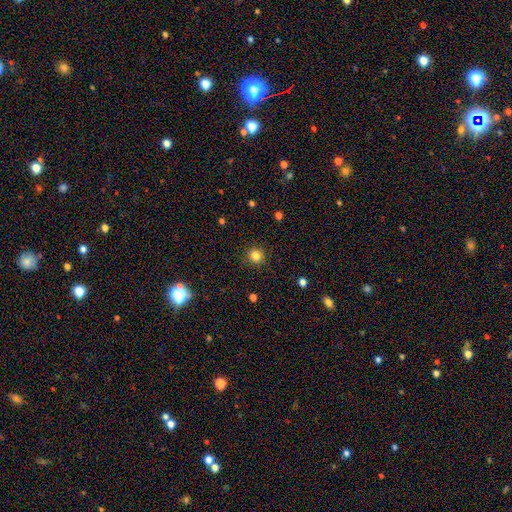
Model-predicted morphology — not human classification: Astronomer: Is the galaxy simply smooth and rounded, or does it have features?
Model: smooth — 82%.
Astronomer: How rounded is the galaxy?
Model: round — 93%.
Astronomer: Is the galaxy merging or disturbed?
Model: none — 89%.